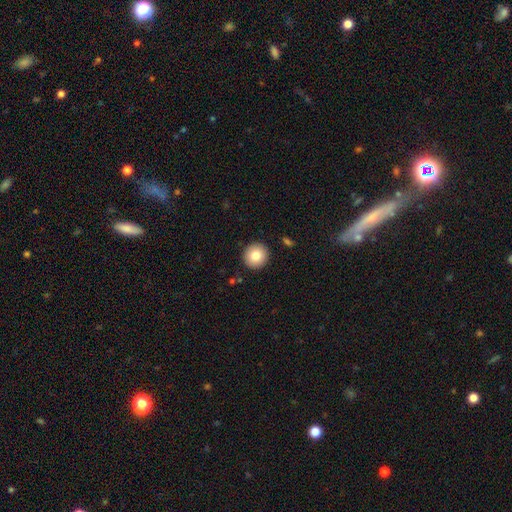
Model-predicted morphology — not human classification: Smooth or featured? Predicted: smooth (p=0.81). How rounded? Predicted: round (p=0.93). Merging? Predicted: none (p=0.92).